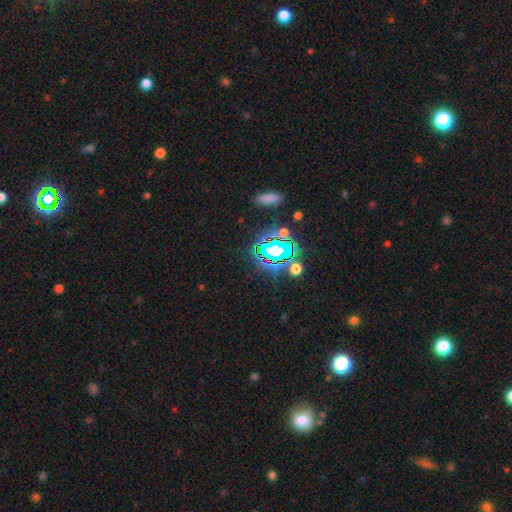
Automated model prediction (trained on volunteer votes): Smooth or featured: star or artifact — 77% (smooth — 14%)